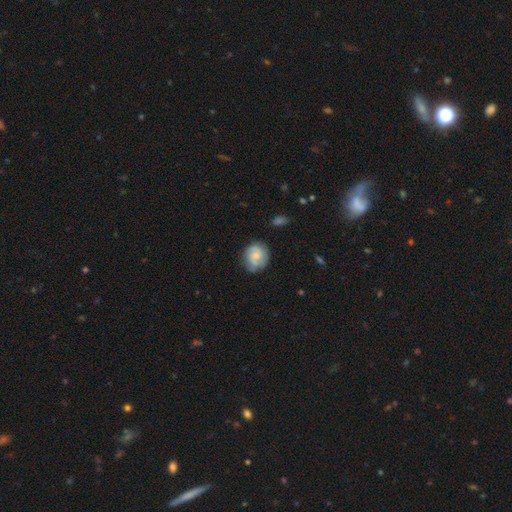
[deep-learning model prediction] Overall: featured or disk (53%; smooth 41%). Edge-on disk: no (98%). Bar: no (68%; weak 29%). Spiral arms: yes (85%). Bulge size: small (57%; moderate 33%). Merging: none (71%).